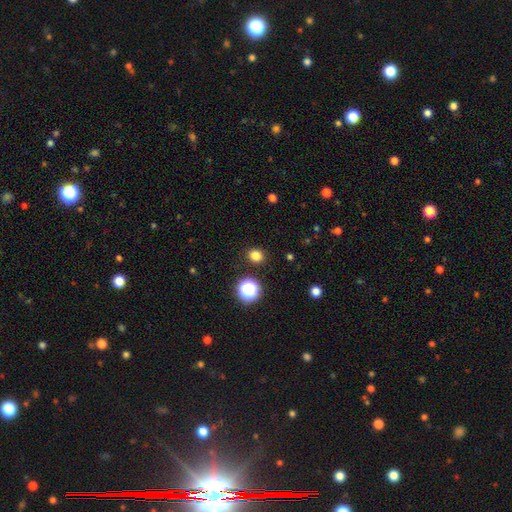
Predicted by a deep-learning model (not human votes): Smooth or featured: smooth — 79% (star or artifact — 17%)
How rounded: round — 77% (in between — 22%)
Merging: none — 89% (minor disturbance — 7%)